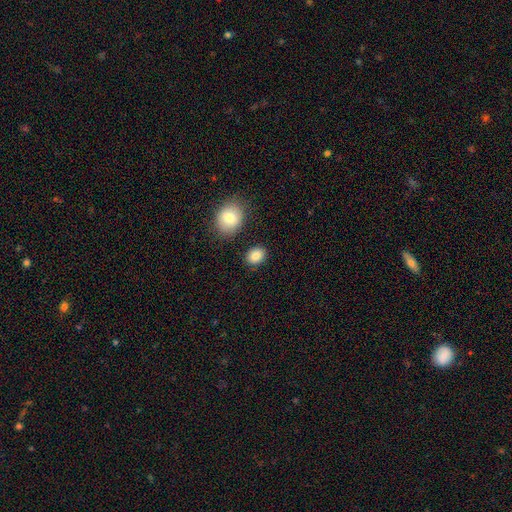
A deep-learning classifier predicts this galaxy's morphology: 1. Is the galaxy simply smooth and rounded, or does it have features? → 85% smooth, 9% star or artifact, 6% featured or disk.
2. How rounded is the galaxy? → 55% in between, 44% round, 1% cigar-shaped.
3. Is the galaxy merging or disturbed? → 84% none, 9% minor disturbance, 4% merger, 3% major disturbance.